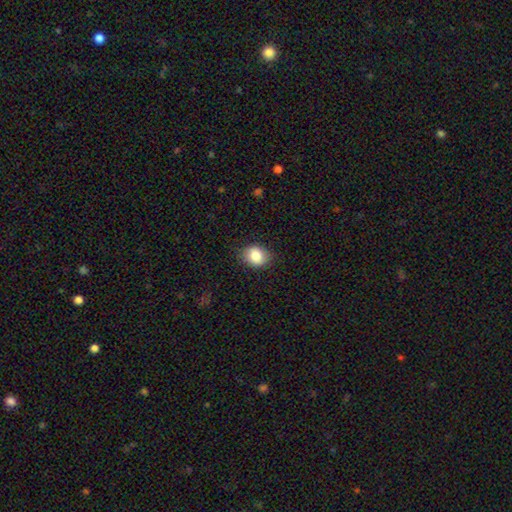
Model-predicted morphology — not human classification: Smooth or featured?
  - smooth: 85% *
  - star or artifact: 8%
  - featured or disk: 6%
How rounded?
  - round: 50% *
  - in between: 49%
  - cigar-shaped: 1%
Merging?
  - none: 81% *
  - minor disturbance: 14%
  - major disturbance: 3%
  - merger: 1%